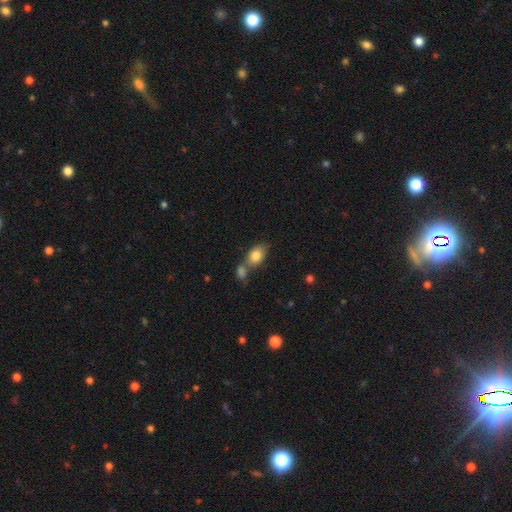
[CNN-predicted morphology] This is clearly a smooth galaxy (83%). How rounded: clearly in between (81%). Merging: possibly merger (47%).